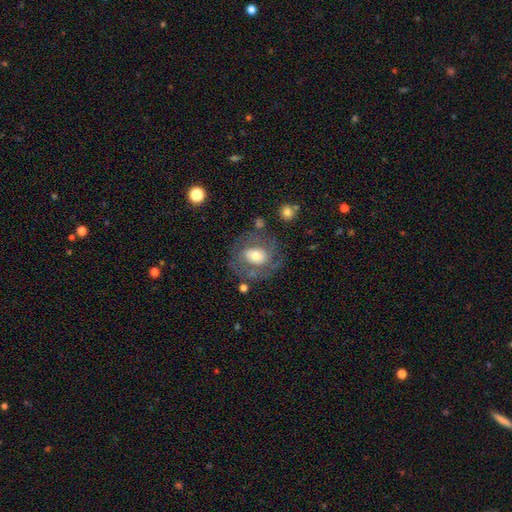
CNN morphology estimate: type=featured or disk (58%); edge-on=no (96%); bar=no (74%); spiral arms=yes (61%); bulge=moderate (62%); merging=none (64%).